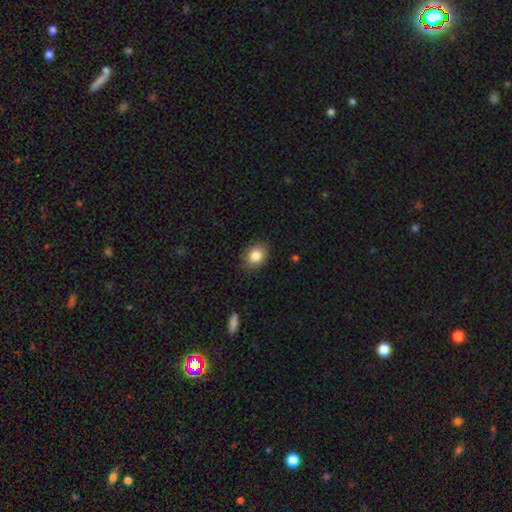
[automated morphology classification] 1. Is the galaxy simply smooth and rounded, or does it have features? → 85% smooth, 9% star or artifact, 7% featured or disk.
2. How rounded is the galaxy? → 60% in between, 39% round, 1% cigar-shaped.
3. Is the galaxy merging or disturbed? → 86% none, 11% minor disturbance, 2% major disturbance, 1% merger.